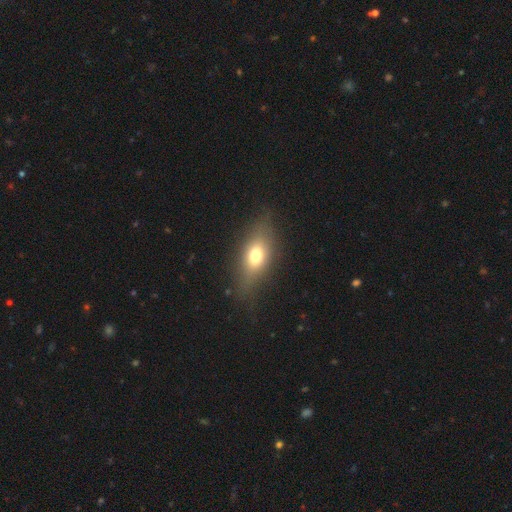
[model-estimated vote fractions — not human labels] A smooth galaxy with no disk features (68%) that is in between round and cigar-shaped (76%). Merging: none (75%).